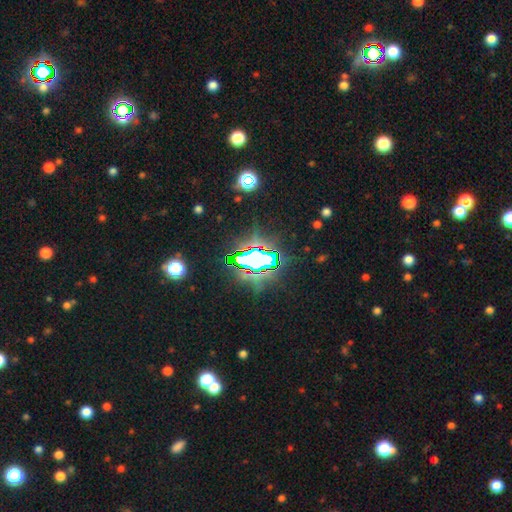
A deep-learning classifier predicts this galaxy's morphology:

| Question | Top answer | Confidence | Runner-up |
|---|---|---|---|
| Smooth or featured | star or artifact | 69% | smooth (18%) |